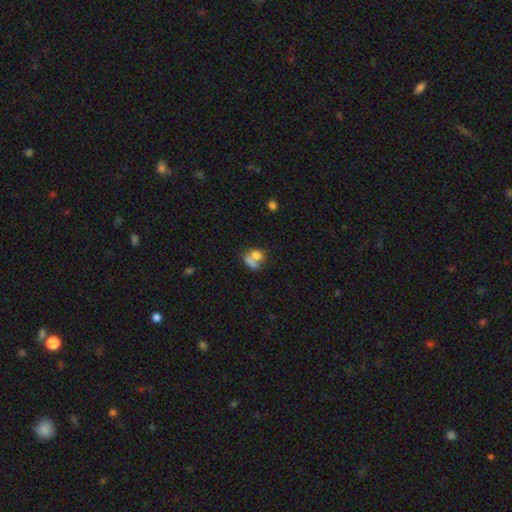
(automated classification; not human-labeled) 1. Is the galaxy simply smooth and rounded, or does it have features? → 70% smooth, 18% featured or disk, 12% star or artifact.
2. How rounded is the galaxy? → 57% round, 40% in between, 2% cigar-shaped.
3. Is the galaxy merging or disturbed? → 49% merger, 28% none, 12% major disturbance, 11% minor disturbance.